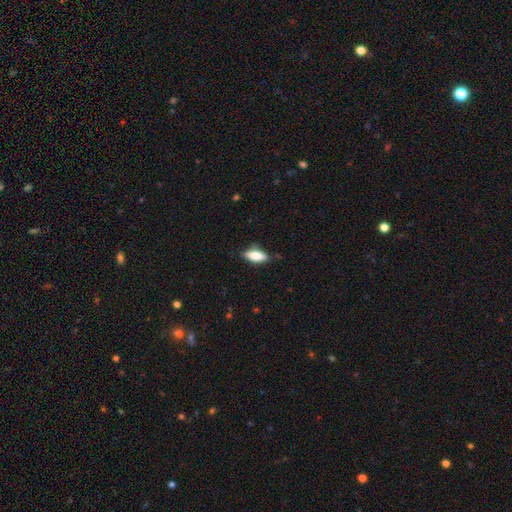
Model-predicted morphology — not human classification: This is likely a smooth galaxy (79%). How rounded: likely in between (77%). Merging: likely none (76%).